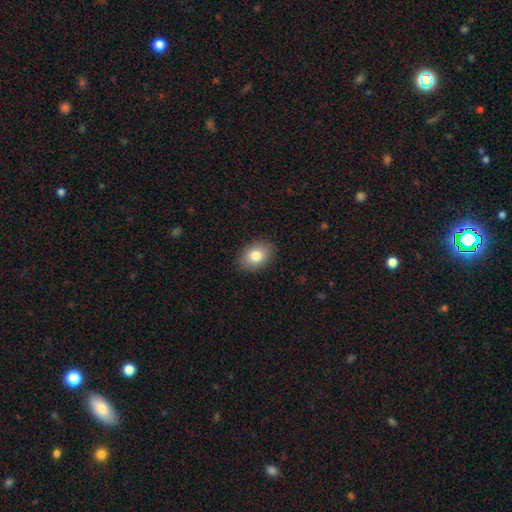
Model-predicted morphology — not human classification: A smooth galaxy with no disk features (82%) that is in between round and cigar-shaped (75%). Merging: none (88%).